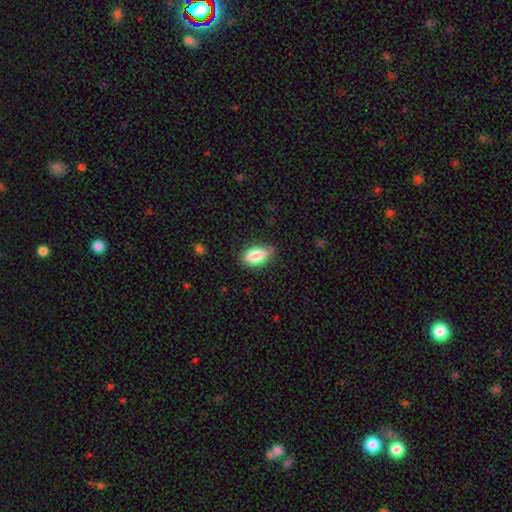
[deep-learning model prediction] This is clearly a smooth galaxy (83%). How rounded: clearly in between (90%). Merging: likely none (72%).